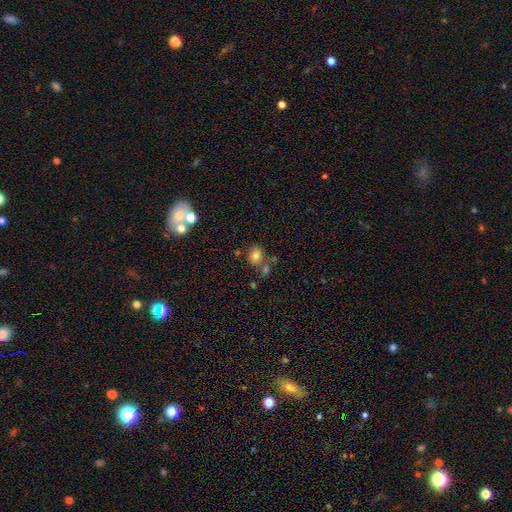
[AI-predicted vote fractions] Smooth or featured?
  - smooth: 79% *
  - star or artifact: 12%
  - featured or disk: 9%
How rounded?
  - in between: 50% *
  - round: 49%
  - cigar-shaped: 1%
Merging?
  - none: 62% *
  - merger: 19%
  - minor disturbance: 14%
  - major disturbance: 5%